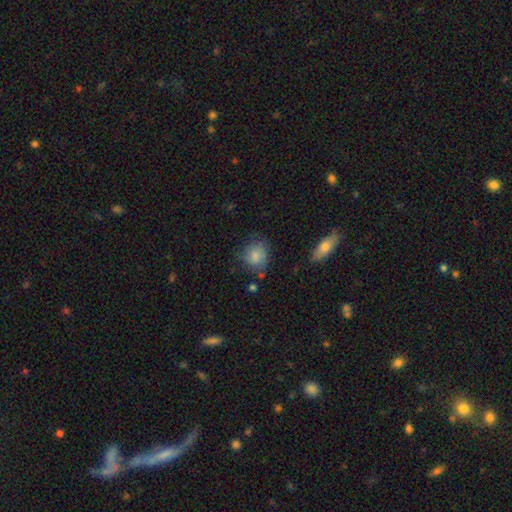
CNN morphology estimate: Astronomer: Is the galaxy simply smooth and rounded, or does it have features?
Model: smooth — 80%.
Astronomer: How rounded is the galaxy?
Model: round — 70%.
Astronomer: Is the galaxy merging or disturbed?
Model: none — 59%.